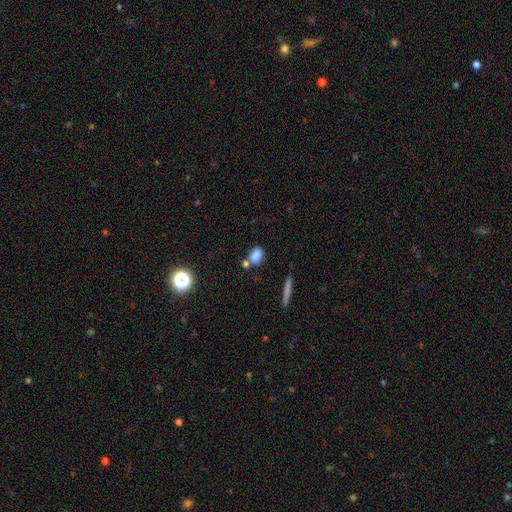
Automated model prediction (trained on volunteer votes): A smooth galaxy with no disk features (82%) that is in between round and cigar-shaped (67%).

Vote fractions:
- Smooth or featured? smooth: 82% / star or artifact: 11% / featured or disk: 7%
- How rounded? in between: 67% / round: 29% / cigar-shaped: 4%
- Merging? none: 62% / merger: 21% / minor disturbance: 13% / major disturbance: 4%